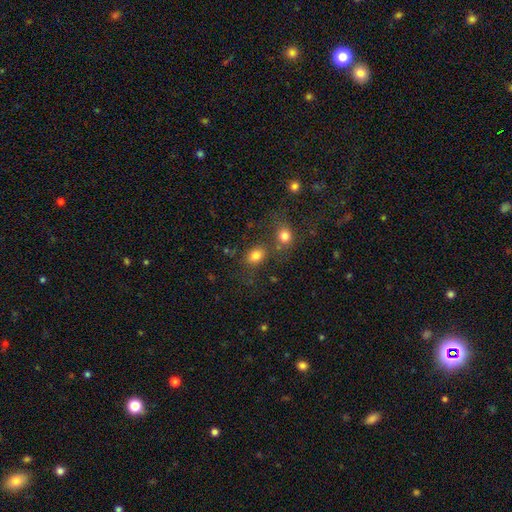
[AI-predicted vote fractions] smooth-or-featured: smooth: 80% | star or artifact: 13% | featured or disk: 7%
  how-rounded: in between: 61% | round: 38% | cigar-shaped: 1%
  merging: none: 58% | merger: 25% | minor disturbance: 11% | major disturbance: 5%